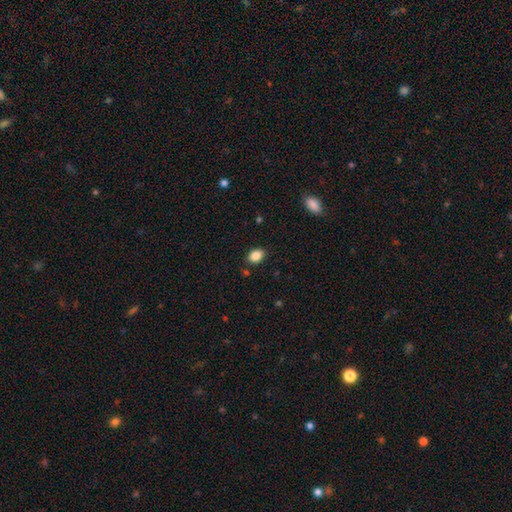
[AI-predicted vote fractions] Smooth or featured?
  - smooth: 86% *
  - star or artifact: 9%
  - featured or disk: 5%
How rounded?
  - in between: 74% *
  - round: 25%
  - cigar-shaped: 1%
Merging?
  - none: 86% *
  - minor disturbance: 10%
  - major disturbance: 2%
  - merger: 2%